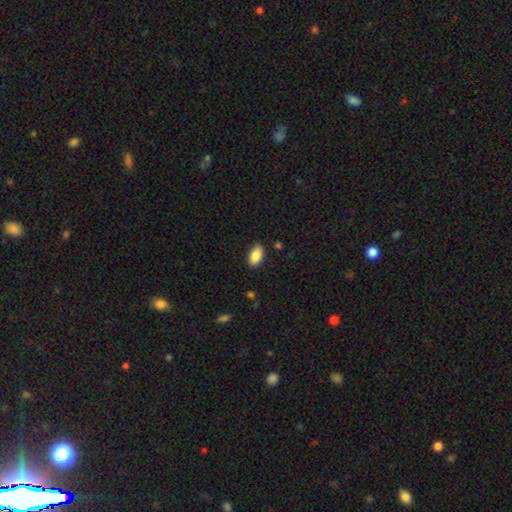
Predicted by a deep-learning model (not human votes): Smooth or featured?
  - smooth: 86% *
  - star or artifact: 7%
  - featured or disk: 7%
How rounded?
  - in between: 92% *
  - cigar-shaped: 4%
  - round: 3%
Merging?
  - none: 84% *
  - minor disturbance: 13%
  - major disturbance: 2%
  - merger: 1%